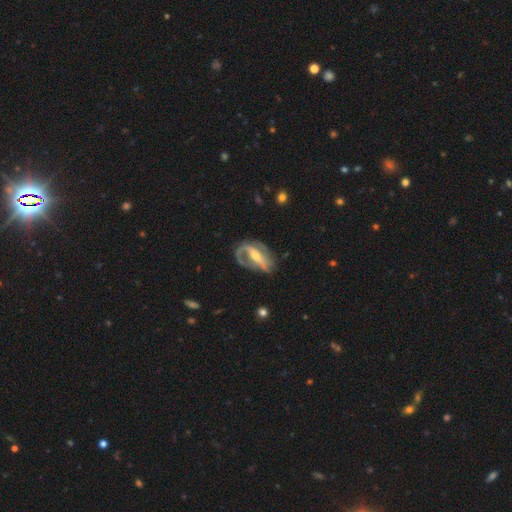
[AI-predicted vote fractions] Smooth or featured: featured or disk — 82% (smooth — 13%)
Edge-on disk: no — 93% (yes — 7%)
Bar: strong — 47% (weak — 31%)
Spiral arms: yes — 86% (no — 14%)
Spiral winding: medium — 41% (loose — 38%)
Spiral arm count: 2 — 56% (1 — 28%)
Bulge size: moderate — 48% (small — 44%)
Merging: none — 50% (major disturbance — 25%)